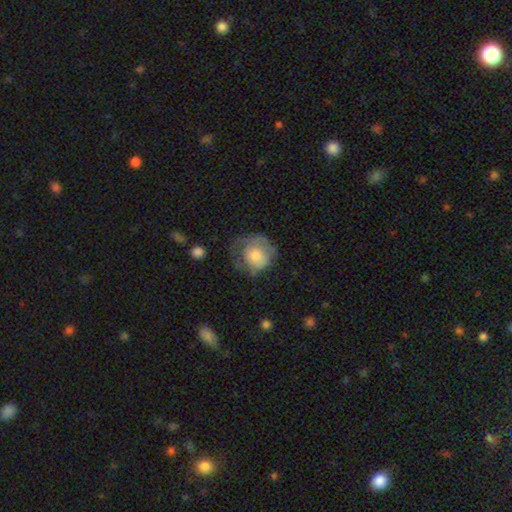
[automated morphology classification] Smooth or featured: smooth — 64% (featured or disk — 29%)
How rounded: round — 83% (in between — 16%)
Merging: none — 44% (minor disturbance — 29%)